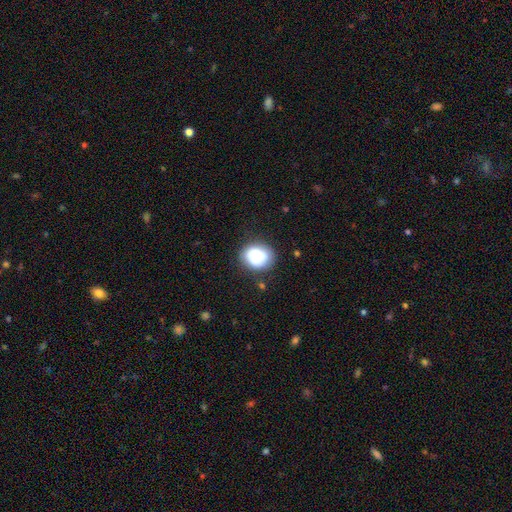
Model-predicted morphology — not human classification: Smooth or featured? smooth (68%)
How rounded? round (65%)
Merging? none (74%)